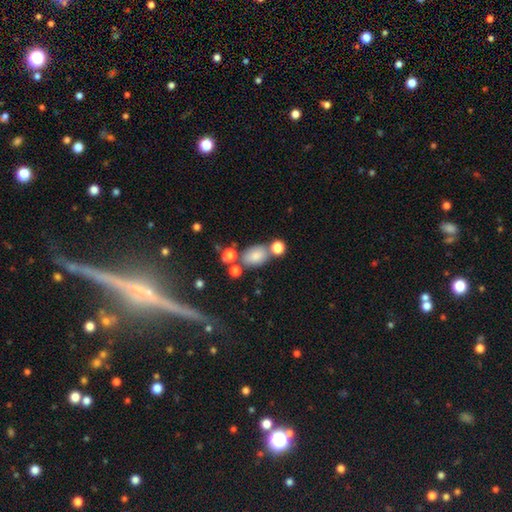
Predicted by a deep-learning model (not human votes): Q: Smooth or featured?
A: smooth (78%); runner-up: featured or disk (11%)
Q: How rounded?
A: in between (81%); runner-up: round (18%)
Q: Merging?
A: none (58%); runner-up: merger (21%)